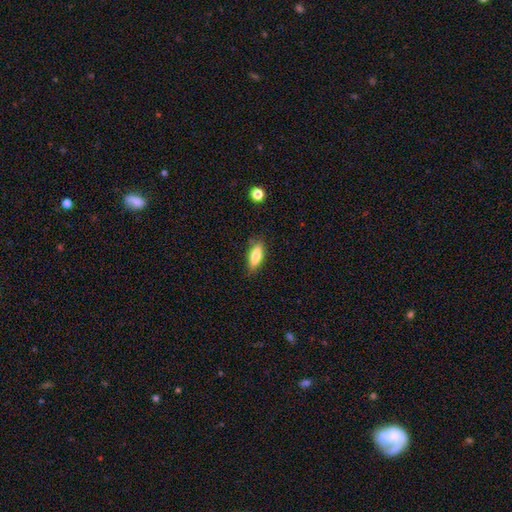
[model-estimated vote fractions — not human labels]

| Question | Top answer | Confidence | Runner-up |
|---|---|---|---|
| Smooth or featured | smooth | 79% | featured or disk (15%) |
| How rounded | in between | 65% | cigar-shaped (33%) |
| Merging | none | 80% | minor disturbance (15%) |